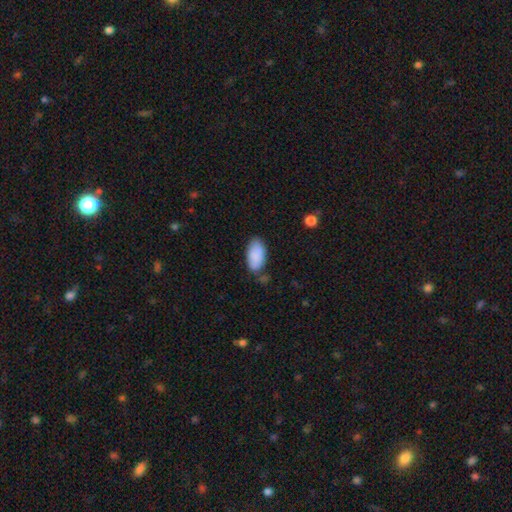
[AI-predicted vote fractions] The model was most divided on "merging": none: 69%, minor disturbance: 21%, merger: 5%, major disturbance: 5%. More confident: how rounded — in between (95%); smooth or featured — smooth (88%).